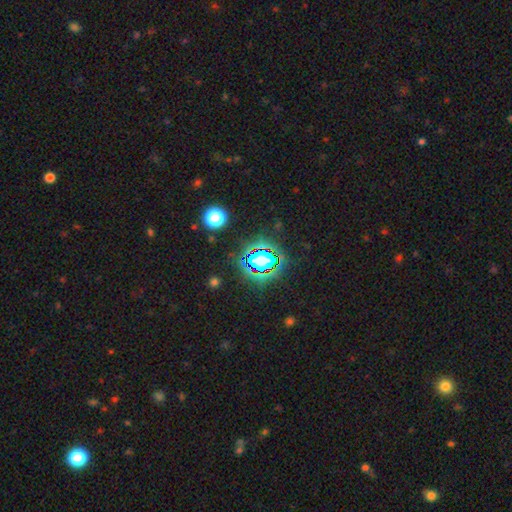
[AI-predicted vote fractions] Smooth or featured?
  - star or artifact: 76% *
  - smooth: 15%
  - featured or disk: 8%